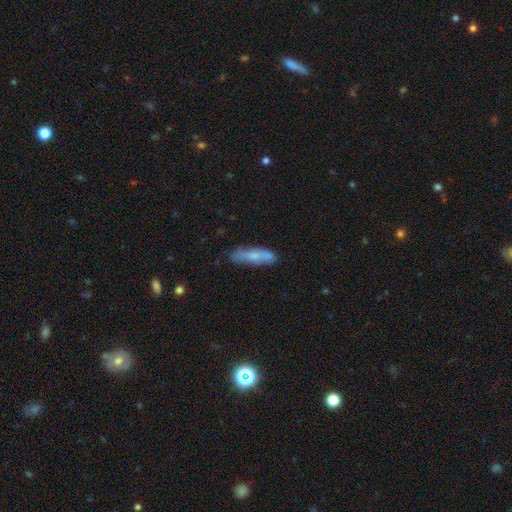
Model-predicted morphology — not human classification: smooth-or-featured: smooth: 61% | featured or disk: 32% | star or artifact: 7%
  how-rounded: cigar-shaped: 76% | in between: 22% | round: 2%
  merging: none: 73% | minor disturbance: 20% | major disturbance: 4% | merger: 4%